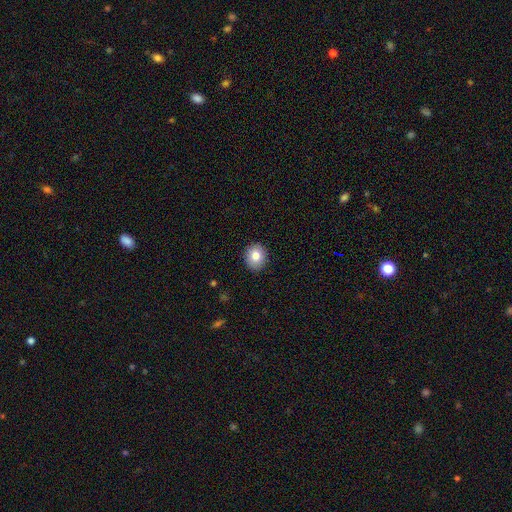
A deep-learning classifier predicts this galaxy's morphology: smooth_or_featured: smooth (p=0.83) [alt: star or artifact p=0.09]
how_rounded: round (p=0.70) [alt: in between p=0.29]
merging: none (p=0.90) [alt: minor disturbance p=0.07]